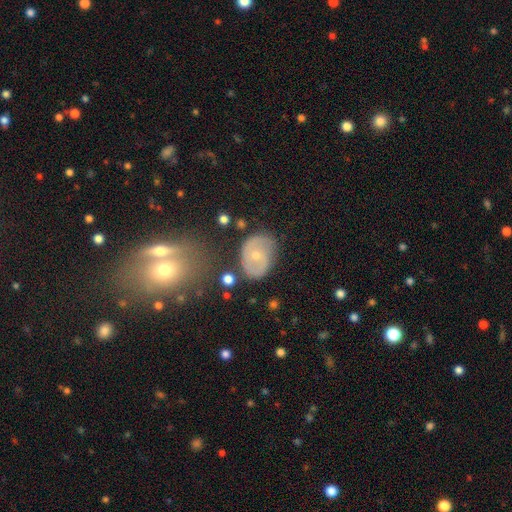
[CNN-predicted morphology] Smooth or featured: featured or disk — 58% (smooth — 34%)
Edge-on disk: no — 95% (yes — 5%)
Bar: no — 71% (weak — 23%)
Spiral arms: yes — 60% (no — 40%)
Bulge size: small — 64% (moderate — 32%)
Merging: none — 66% (minor disturbance — 21%)